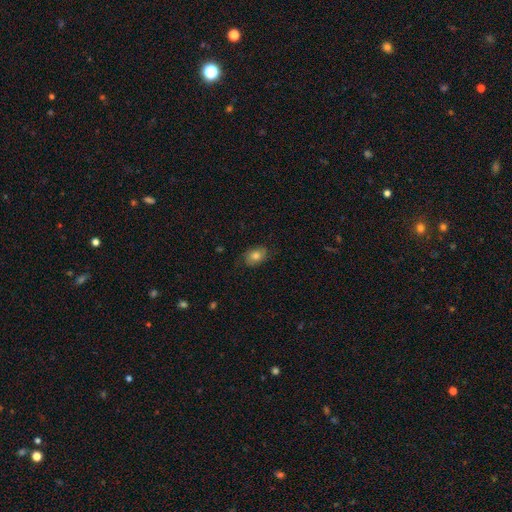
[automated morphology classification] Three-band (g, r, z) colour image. It shows a smooth galaxy with no disk features (73%) that is in between round and cigar-shaped (78%). Merging: none (73%).